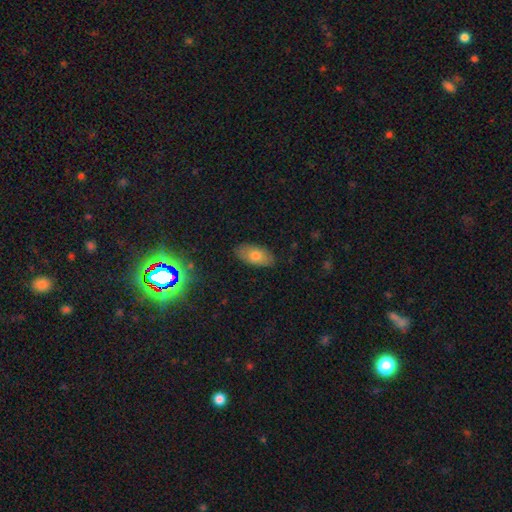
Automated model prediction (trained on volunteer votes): Q: Smooth or featured?
A: smooth (74%); runner-up: featured or disk (19%)
Q: How rounded?
A: in between (93%); runner-up: cigar-shaped (4%)
Q: Merging?
A: none (85%); runner-up: minor disturbance (12%)